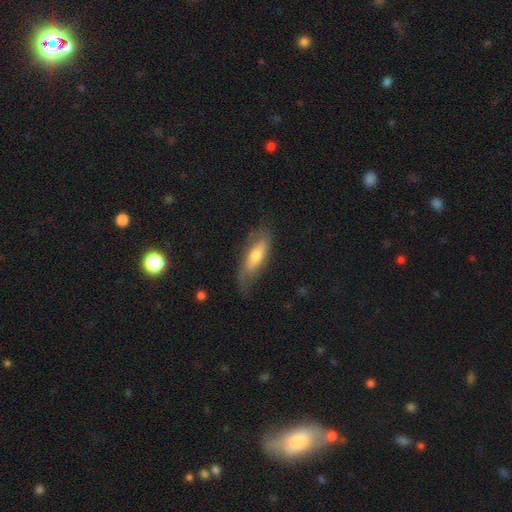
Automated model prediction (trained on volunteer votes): Smooth or featured?
  - smooth: 46% * (tied)
  - featured or disk: 46% * (tied)
  - star or artifact: 8%
Merging?
  - none: 62% *
  - minor disturbance: 26%
  - major disturbance: 11%
  - merger: 2%